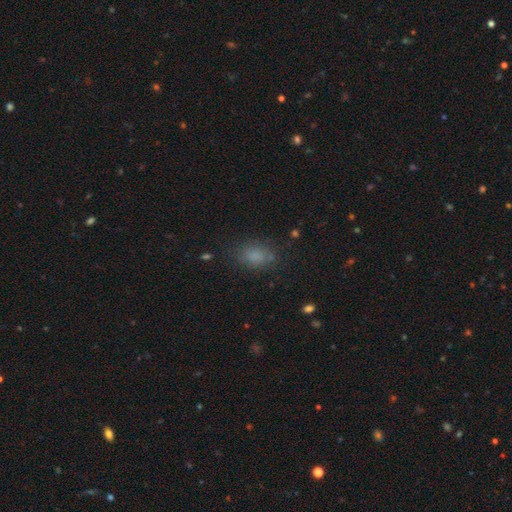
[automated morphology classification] Smooth or featured: smooth — 79% (star or artifact — 14%)
How rounded: in between — 77% (round — 20%)
Merging: none — 76% (minor disturbance — 15%)